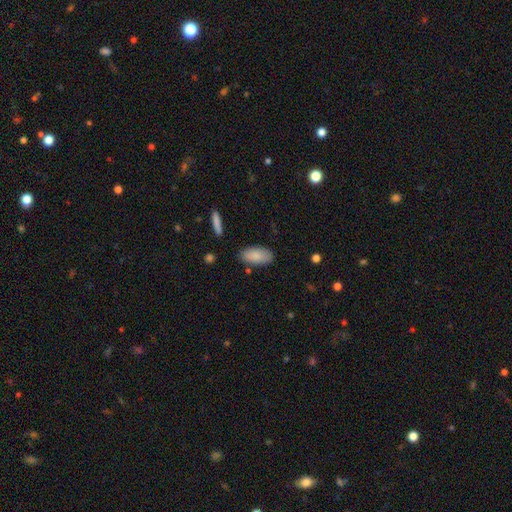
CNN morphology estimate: A smooth galaxy with no disk features (87%) that is in between round and cigar-shaped (91%). Merging: none (82%).